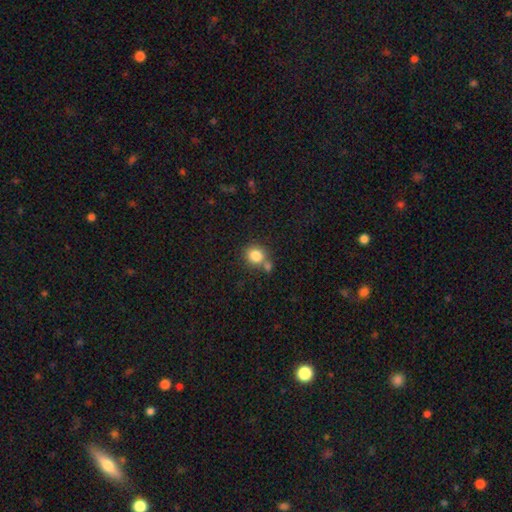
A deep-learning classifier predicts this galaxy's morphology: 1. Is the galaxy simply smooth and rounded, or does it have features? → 83% smooth, 10% star or artifact, 7% featured or disk.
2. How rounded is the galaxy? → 78% round, 21% in between, 1% cigar-shaped.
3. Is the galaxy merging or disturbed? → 61% none, 25% merger, 11% minor disturbance, 4% major disturbance.